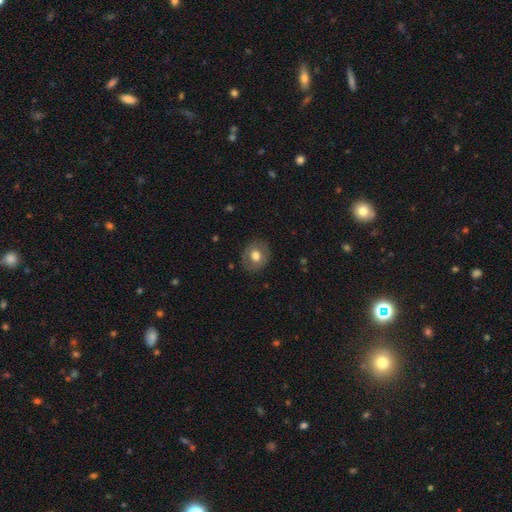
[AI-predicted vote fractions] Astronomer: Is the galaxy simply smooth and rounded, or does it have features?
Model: smooth — 67%.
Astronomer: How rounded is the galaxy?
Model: round — 68%.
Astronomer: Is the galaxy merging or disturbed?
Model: none — 85%.